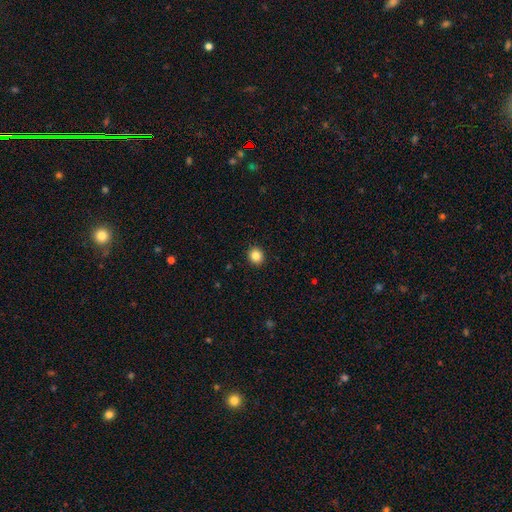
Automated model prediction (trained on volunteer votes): Smooth or featured: smooth — 85% (star or artifact — 11%)
How rounded: round — 85% (in between — 14%)
Merging: none — 92% (minor disturbance — 5%)